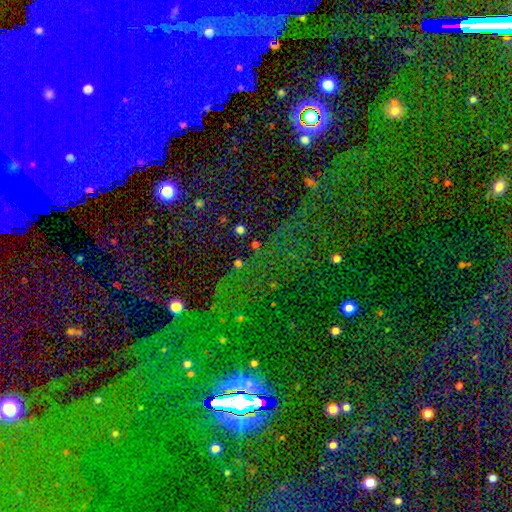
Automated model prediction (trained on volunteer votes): Smooth or featured?
  - star or artifact: 82% *
  - smooth: 9%
  - featured or disk: 9%